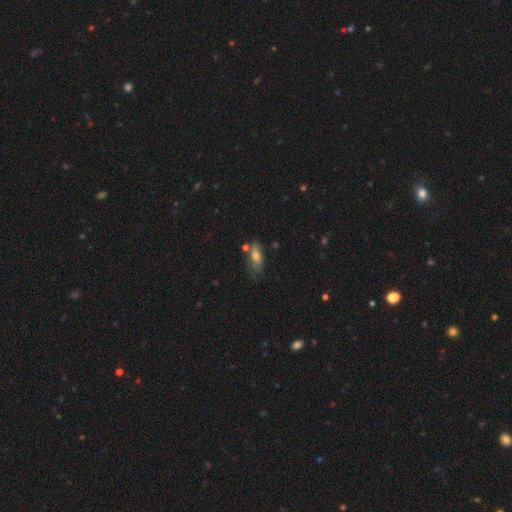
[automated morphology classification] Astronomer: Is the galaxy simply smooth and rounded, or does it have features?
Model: smooth — 62%.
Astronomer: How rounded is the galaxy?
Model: in between — 76%.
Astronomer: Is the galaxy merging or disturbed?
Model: none — 54%.